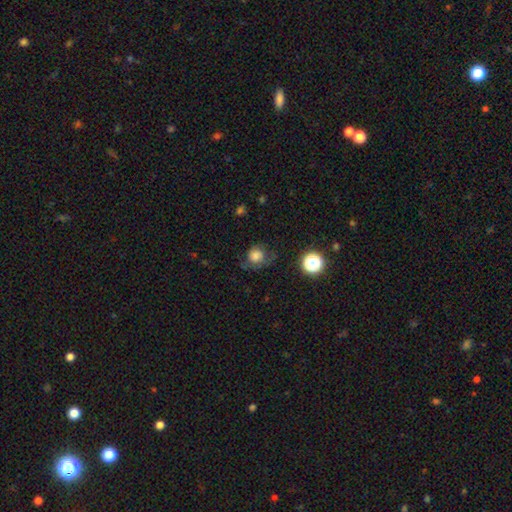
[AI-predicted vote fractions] This appears to be a smooth galaxy with no disk features (73%) that is round (81%). Merging: none (51%).